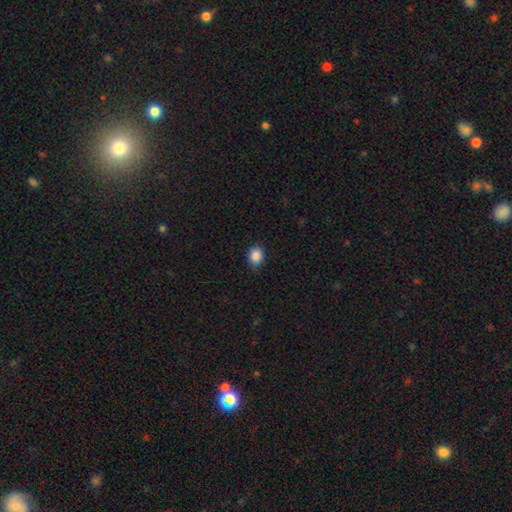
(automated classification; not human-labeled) Smooth or featured? Predicted: smooth (p=0.87). How rounded? Predicted: round (p=0.61). Merging? Predicted: none (p=0.87).